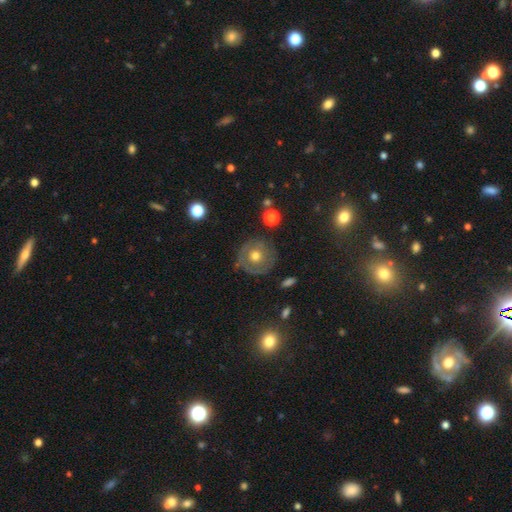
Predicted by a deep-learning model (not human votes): Smooth or featured?
  - smooth: 47% *
  - featured or disk: 44%
  - star or artifact: 9%
Merging?
  - none: 77% *
  - minor disturbance: 15%
  - major disturbance: 6%
  - merger: 2%